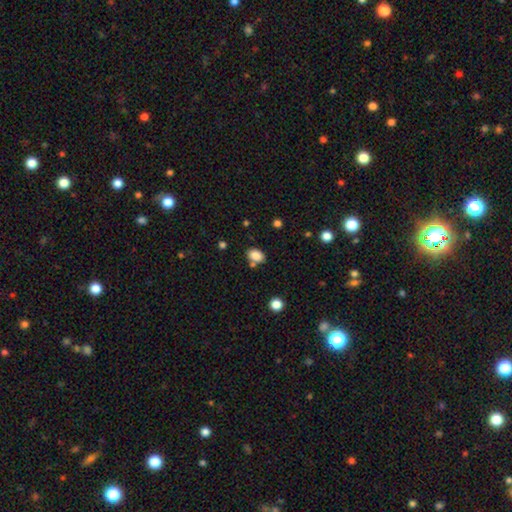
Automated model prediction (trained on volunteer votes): Morphology: type=smooth (86%); roundness=in between (79%); merging=none (69%).